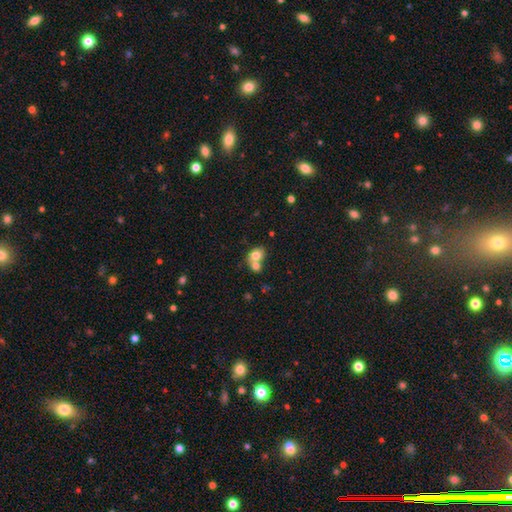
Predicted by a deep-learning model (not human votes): Morphology: type=smooth (75%); roundness=round (52%); merging=merger (60%).